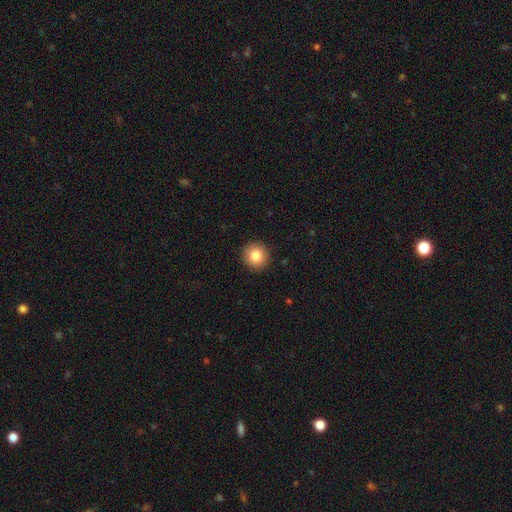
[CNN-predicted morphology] smooth 83%, star or artifact 9%, featured or disk 8%. Down the decision tree: how rounded — round (94%); merging — none (93%).